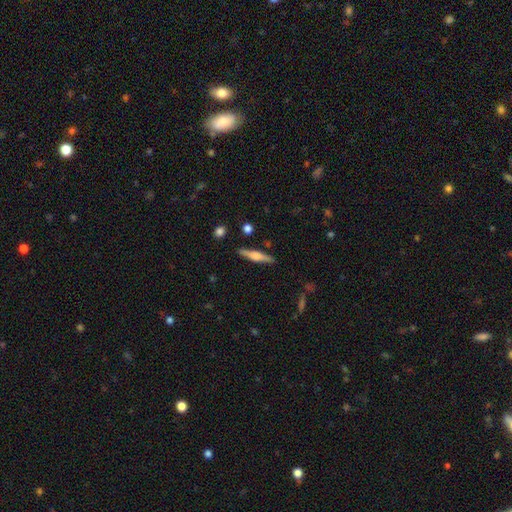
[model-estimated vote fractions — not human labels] Smooth or featured? featured or disk (53%)
Edge-on disk? yes (97%)
Edge-on bulge? rounded (73%)
Merging? none (88%)